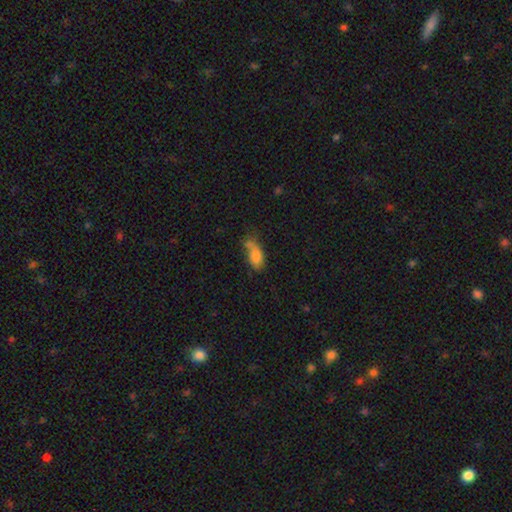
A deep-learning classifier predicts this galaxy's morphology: Smooth or featured? Predicted: smooth (p=0.78). How rounded? Predicted: in between (p=0.82). Merging? Predicted: none (p=0.35).